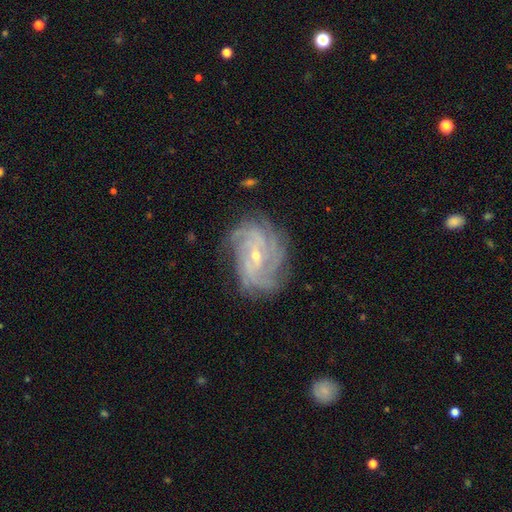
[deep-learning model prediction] Smooth or featured? featured or disk (88%)
Edge-on disk? no (97%)
Bar? weak (46%)
Spiral arms? yes (98%)
Spiral winding? tight (64%)
Spiral arm count? 4 (31%)
Bulge size? small (68%)
Merging? none (75%)